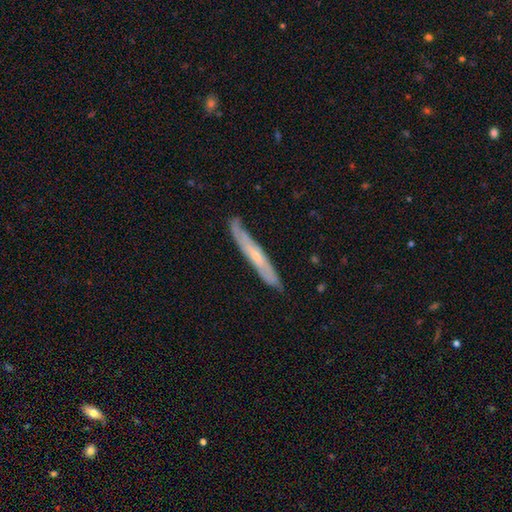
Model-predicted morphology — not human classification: Smooth or featured? featured or disk (62%)
Edge-on disk? yes (77%)
Merging? none (80%)